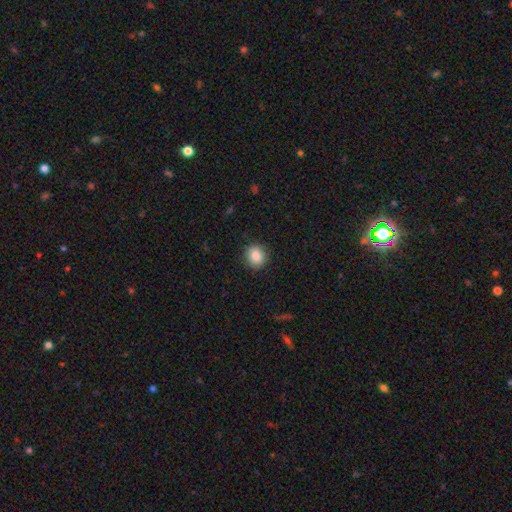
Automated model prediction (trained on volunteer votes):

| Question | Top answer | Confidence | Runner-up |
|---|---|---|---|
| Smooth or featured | smooth | 86% | star or artifact (9%) |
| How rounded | round | 75% | in between (24%) |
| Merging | none | 89% | minor disturbance (8%) |